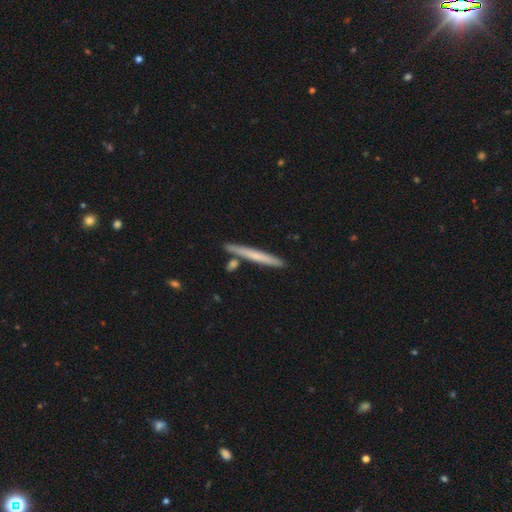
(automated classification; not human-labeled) smooth 58%, featured or disk 36%, star or artifact 6%. Down the decision tree: how rounded — cigar-shaped (96%); merging — none (83%).